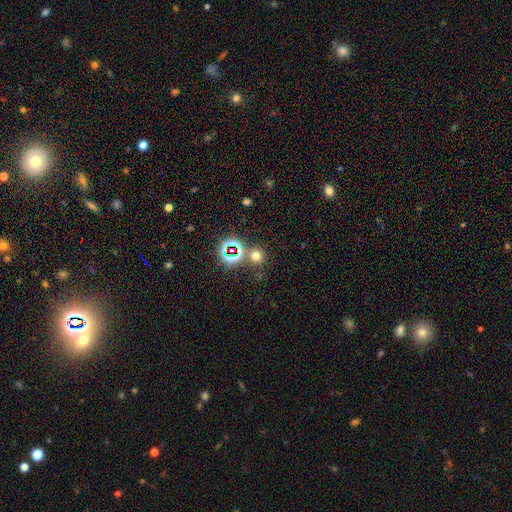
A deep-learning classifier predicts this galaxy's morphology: type=smooth (61%); roundness=round (89%); merging=none (77%).